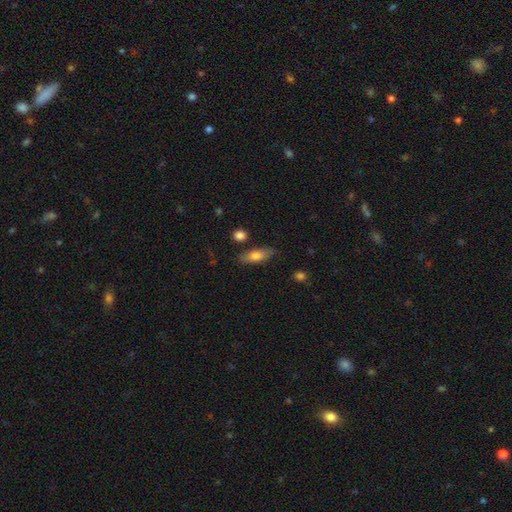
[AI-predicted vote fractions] This appears to be a smooth galaxy with no disk features (73%) that is in between round and cigar-shaped (65%). Merging: none (78%).